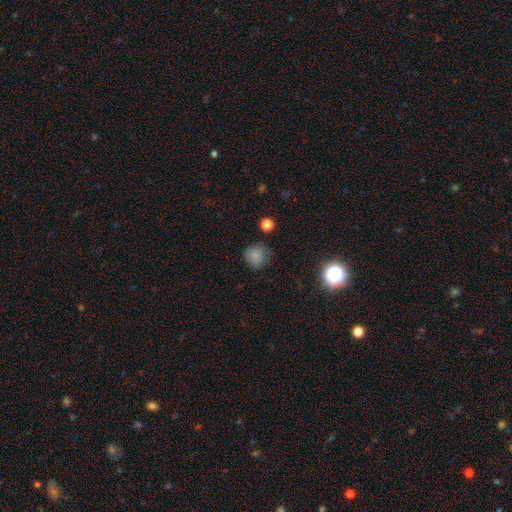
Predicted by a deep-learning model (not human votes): Smooth or featured: smooth — 81% (star or artifact — 14%)
How rounded: round — 87% (in between — 12%)
Merging: none — 78% (minor disturbance — 16%)